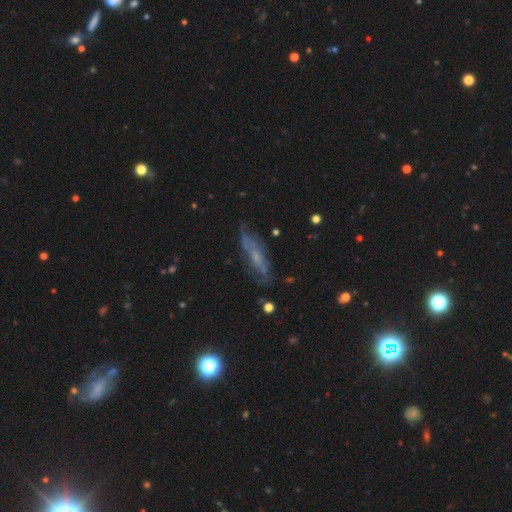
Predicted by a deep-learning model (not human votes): The model was most divided on "edge-on disk": no: 54%, yes: 46%. More confident: merging — none (68%); smooth or featured — featured or disk (54%).